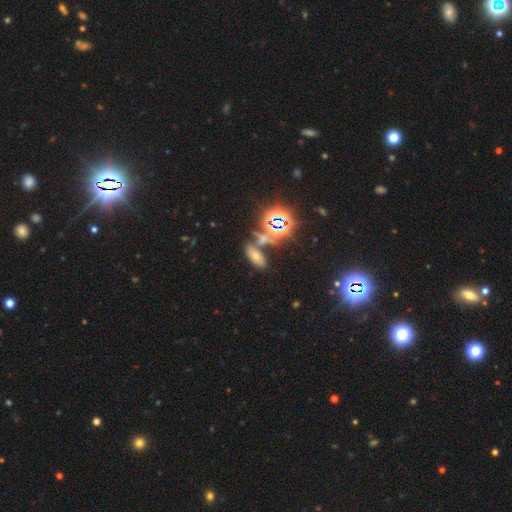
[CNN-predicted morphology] smooth-or-featured: smooth: 44% | star or artifact: 41% | featured or disk: 15%
  merging: none: 65% | merger: 19% | minor disturbance: 11% | major disturbance: 5%